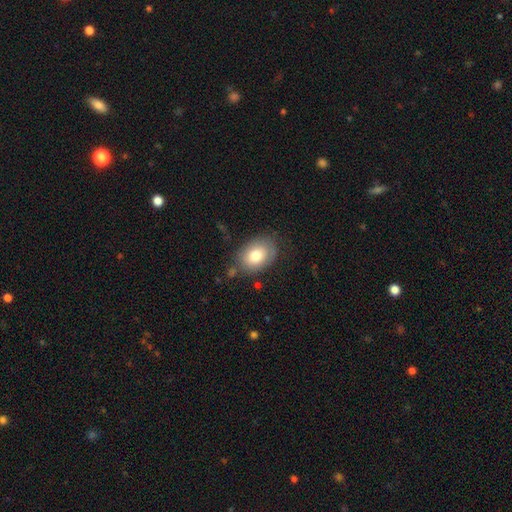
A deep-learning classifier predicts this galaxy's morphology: Smooth or featured? Predicted: smooth (p=0.77). How rounded? Predicted: in between (p=0.77). Merging? Predicted: none (p=0.73).